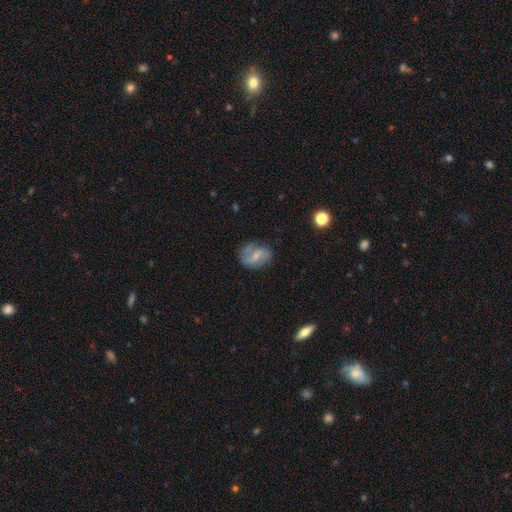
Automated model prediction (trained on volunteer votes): Q: Smooth or featured?
A: featured or disk (61%); runner-up: smooth (31%)
Q: Edge-on disk?
A: no (97%); runner-up: yes (3%)
Q: Bar?
A: weak (52%); runner-up: no (26%)
Q: Spiral arms?
A: yes (83%); runner-up: no (17%)
Q: Bulge size?
A: small (56%); runner-up: moderate (30%)
Q: Merging?
A: none (62%); runner-up: minor disturbance (24%)